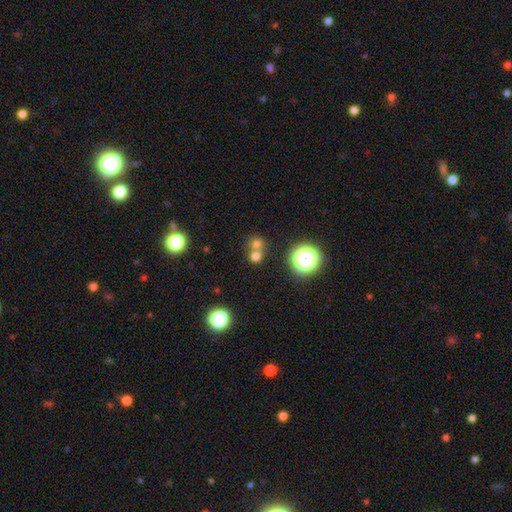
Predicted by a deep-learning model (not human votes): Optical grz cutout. It shows a smooth galaxy with no disk features (68%) that is round (81%). Merging: merger (47%).